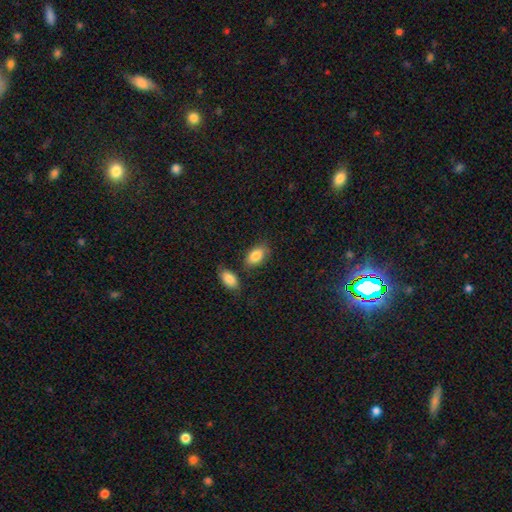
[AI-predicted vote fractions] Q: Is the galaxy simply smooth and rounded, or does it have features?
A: smooth — 86%.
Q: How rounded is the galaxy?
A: in between — 93%.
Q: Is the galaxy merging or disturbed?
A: none — 70%.